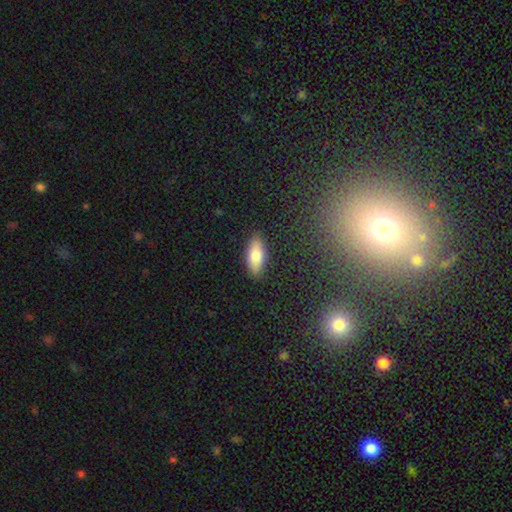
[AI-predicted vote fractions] A smooth galaxy with no disk features (77%) that is in between round and cigar-shaped (79%). Merging: none (88%).